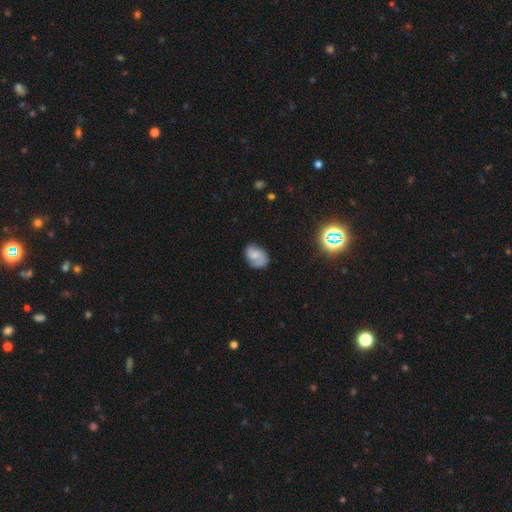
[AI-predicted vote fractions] Morphology: type=featured or disk (51%); edge-on=no (97%); merging=none (64%).